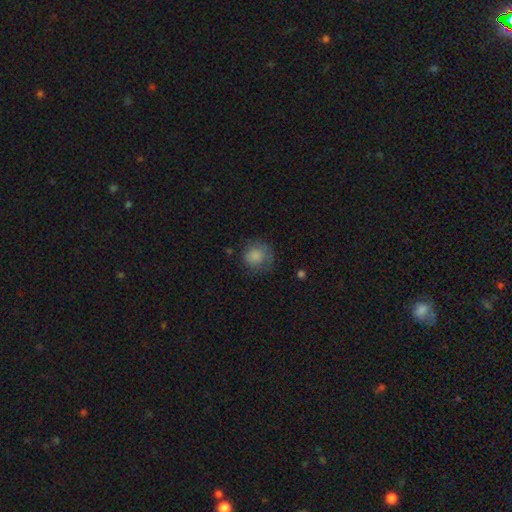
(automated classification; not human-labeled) Smooth or featured: smooth — 81% (featured or disk — 10%)
How rounded: round — 84% (in between — 16%)
Merging: none — 61% (minor disturbance — 24%)